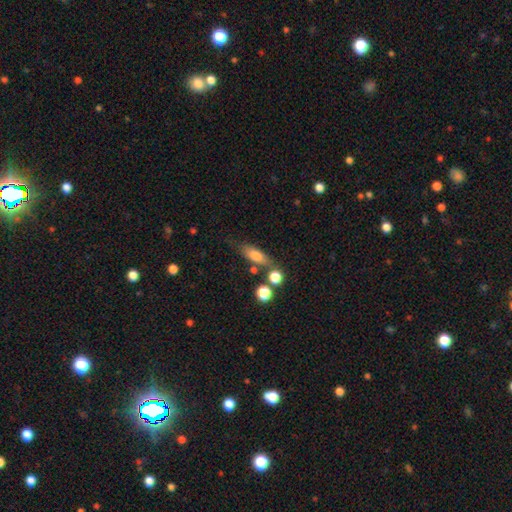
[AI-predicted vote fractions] Smooth or featured: smooth — 73% (featured or disk — 18%)
How rounded: in between — 66% (cigar-shaped — 27%)
Merging: none — 60% (minor disturbance — 18%)